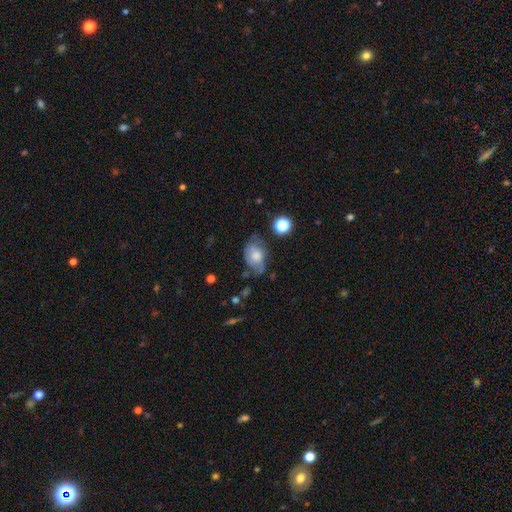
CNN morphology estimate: smooth_or_featured: smooth (p=0.63) [alt: featured or disk p=0.27]
how_rounded: in between (p=0.80) [alt: round p=0.18]
merging: none (p=0.48) [alt: minor disturbance p=0.33]